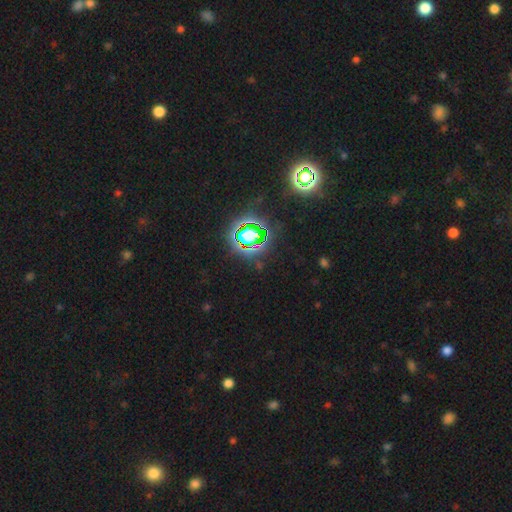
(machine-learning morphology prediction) This appears to be a star or artifact, not a galaxy (79%).